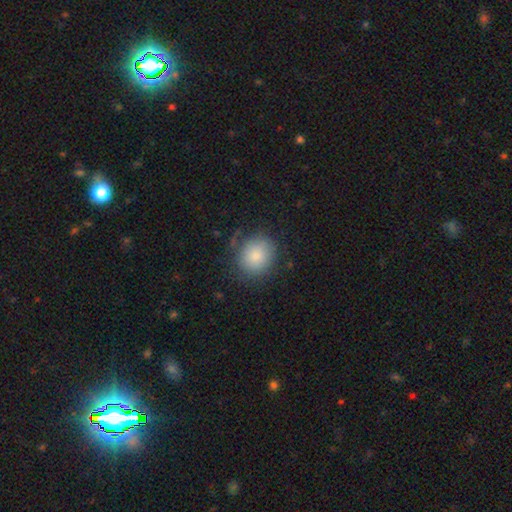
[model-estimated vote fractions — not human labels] smooth-or-featured: smooth: 83% | featured or disk: 9% | star or artifact: 8%
  how-rounded: round: 78% | in between: 21% | cigar-shaped: 1%
  merging: none: 74% | minor disturbance: 17% | major disturbance: 7% | merger: 2%